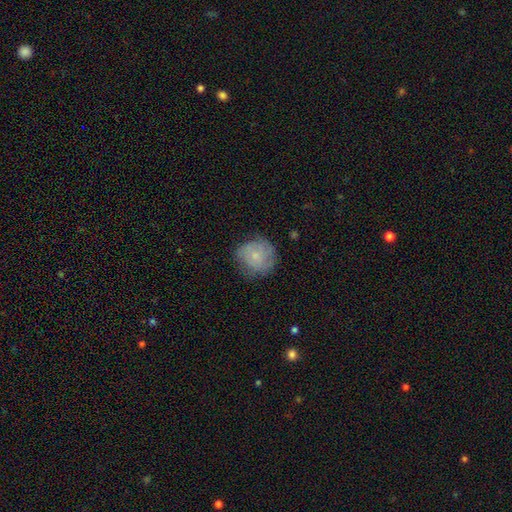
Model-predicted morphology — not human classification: This is likely a smooth galaxy (64%). How rounded: clearly round (89%). Merging: likely none (70%).